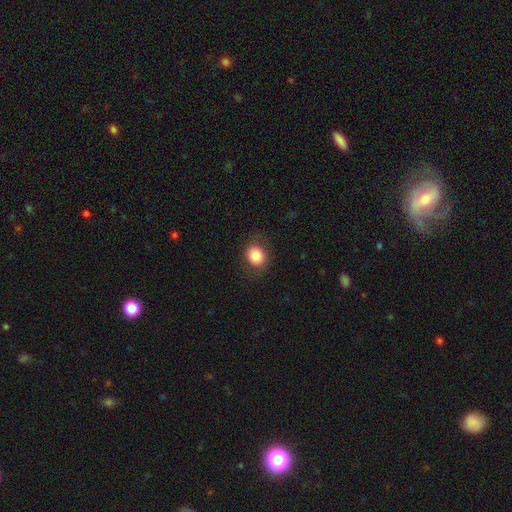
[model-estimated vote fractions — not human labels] A smooth galaxy with no disk features (84%) that is round (65%).

Vote fractions:
- Smooth or featured? smooth: 84% / star or artifact: 9% / featured or disk: 7%
- How rounded? round: 65% / in between: 34% / cigar-shaped: 1%
- Merging? none: 85% / minor disturbance: 10% / major disturbance: 4% / merger: 1%